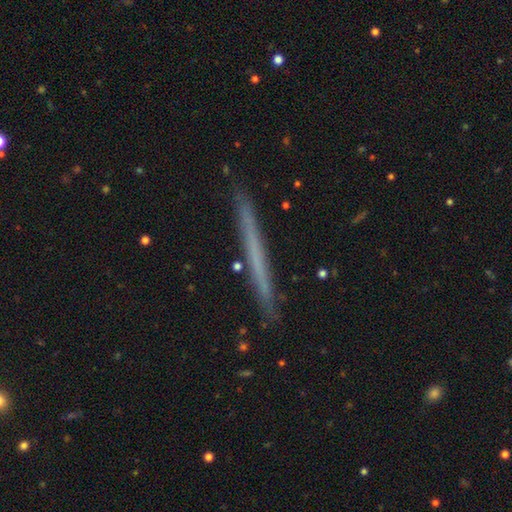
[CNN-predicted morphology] A featured or disk galaxy (47%). Merging: none (90%).